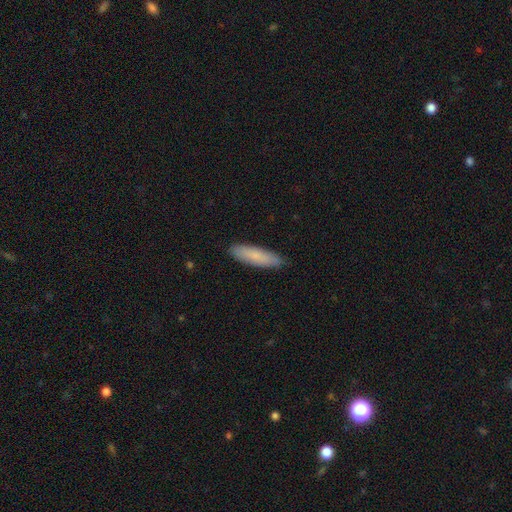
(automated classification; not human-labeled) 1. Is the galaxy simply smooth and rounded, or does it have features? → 79% smooth, 15% featured or disk, 6% star or artifact.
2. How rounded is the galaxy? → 69% cigar-shaped, 30% in between, 1% round.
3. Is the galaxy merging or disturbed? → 88% none, 9% minor disturbance, 2% major disturbance, 1% merger.